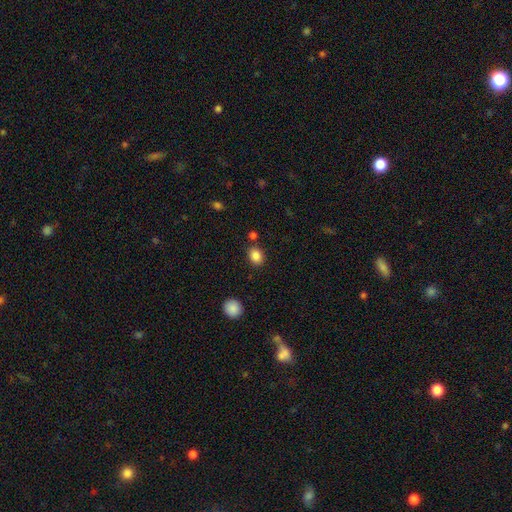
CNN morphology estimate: A smooth galaxy with no disk features (86%) that is in between round and cigar-shaped (56%). Merging: none (80%).